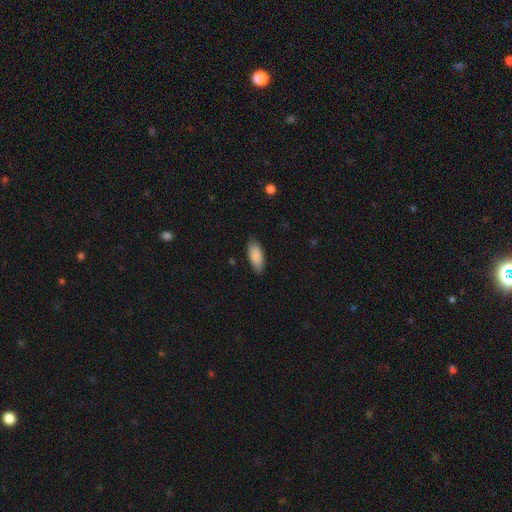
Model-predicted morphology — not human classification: A smooth galaxy with no disk features (90%) that is in between round and cigar-shaped (87%).

Vote fractions:
- Smooth or featured? smooth: 90% / star or artifact: 6% / featured or disk: 5%
- How rounded? in between: 87% / cigar-shaped: 12% / round: 2%
- Merging? none: 85% / minor disturbance: 12% / major disturbance: 2% / merger: 1%